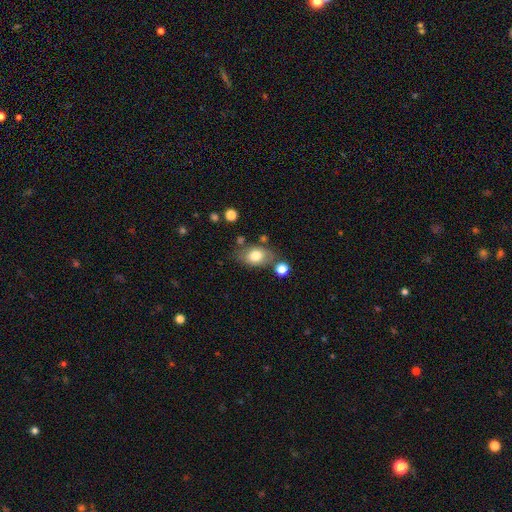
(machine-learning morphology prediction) Smooth or featured: smooth — 76% (featured or disk — 15%)
How rounded: in between — 78% (round — 21%)
Merging: none — 67% (minor disturbance — 18%)